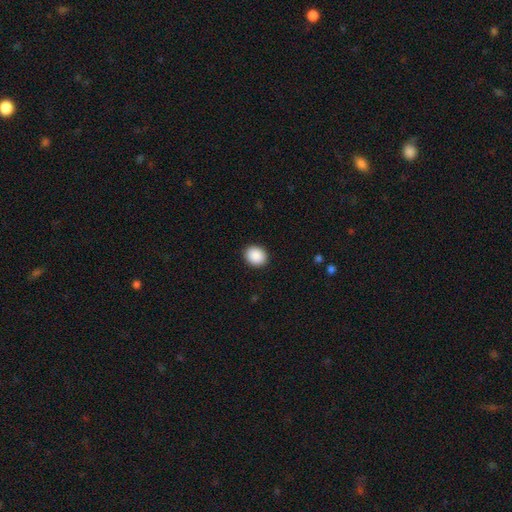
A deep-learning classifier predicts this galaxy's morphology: The model was most divided on "how rounded": round: 63%, in between: 36%, cigar-shaped: 1%. More confident: merging — none (91%); smooth or featured — smooth (89%).